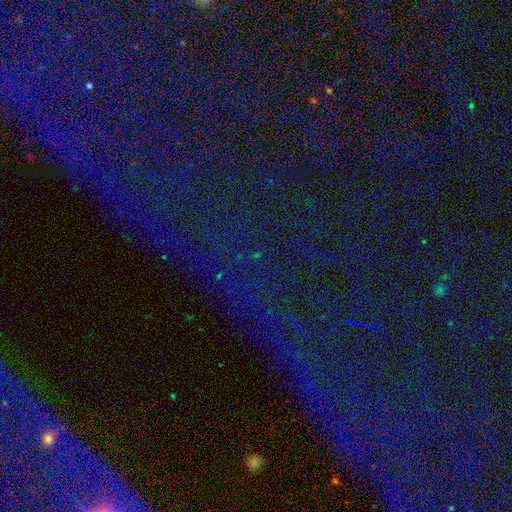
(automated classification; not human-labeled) This appears to be a star or artifact, not a galaxy (81%).